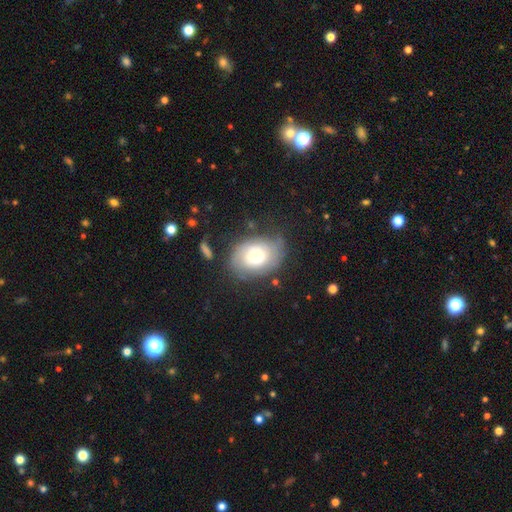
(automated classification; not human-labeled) Q: Smooth or featured?
A: smooth (47%); runner-up: featured or disk (45%)
Q: Merging?
A: none (61%); runner-up: minor disturbance (23%)